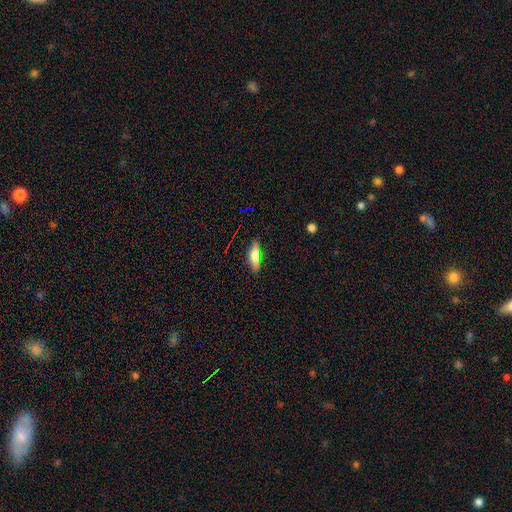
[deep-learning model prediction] Smooth or featured? smooth (67%)
How rounded? in between (63%)
Merging? none (81%)